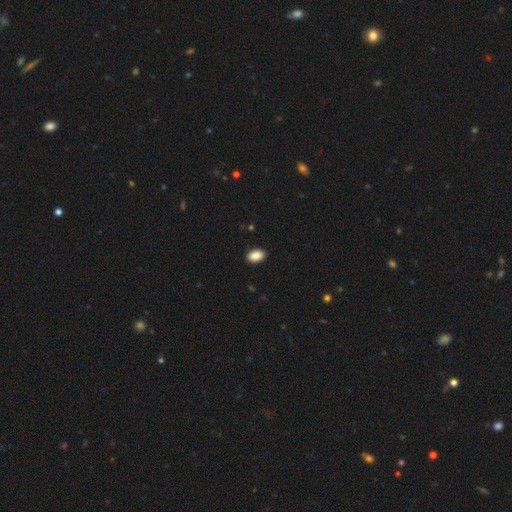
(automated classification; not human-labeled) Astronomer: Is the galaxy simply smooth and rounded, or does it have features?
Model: smooth — 90%.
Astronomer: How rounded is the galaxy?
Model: in between — 89%.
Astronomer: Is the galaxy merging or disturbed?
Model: none — 90%.